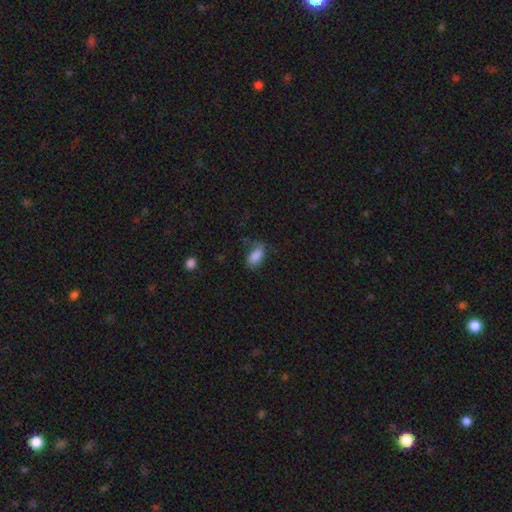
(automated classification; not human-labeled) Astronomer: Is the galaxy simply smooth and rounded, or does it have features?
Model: smooth — 83%.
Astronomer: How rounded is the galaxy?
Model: in between — 92%.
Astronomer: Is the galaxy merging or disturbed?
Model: none — 53% (runner-up: minor disturbance, 29%).